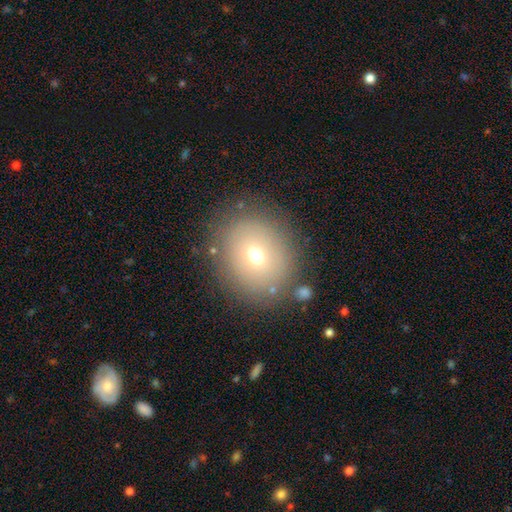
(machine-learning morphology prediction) smooth-or-featured: smooth: 66% | featured or disk: 19% | star or artifact: 15%
  how-rounded: round: 74% | in between: 25% | cigar-shaped: 1%
  merging: none: 82% | minor disturbance: 10% | major disturbance: 5% | merger: 3%